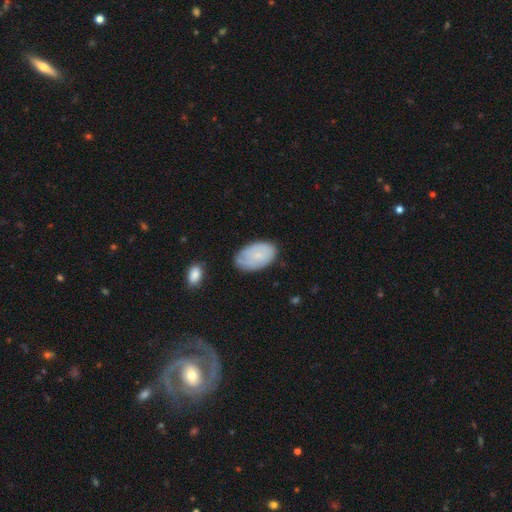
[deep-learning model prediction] Morphology: type=smooth (59%); roundness=in between (92%); merging=none (61%).